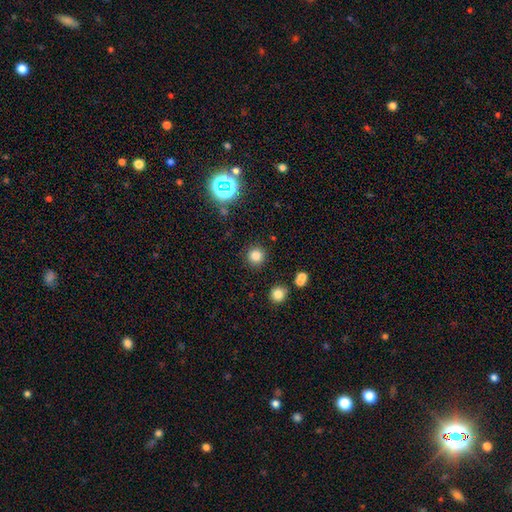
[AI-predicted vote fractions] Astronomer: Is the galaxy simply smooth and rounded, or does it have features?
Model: smooth — 80%.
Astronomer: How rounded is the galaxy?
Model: round — 94%.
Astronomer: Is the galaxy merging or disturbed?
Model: none — 89%.